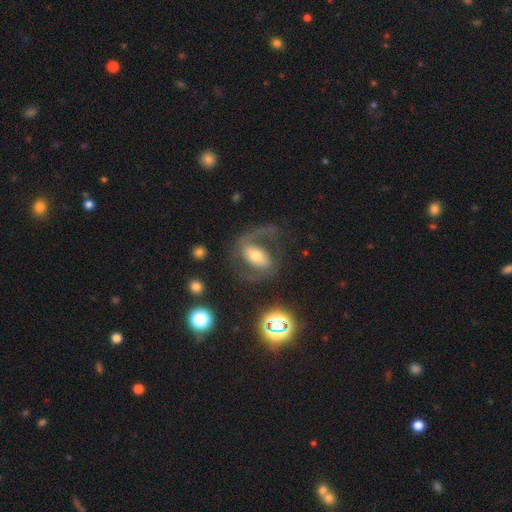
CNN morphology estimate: Smooth or featured? Predicted: featured or disk (p=0.77). Edge-on disk? Predicted: no (p=0.95). Bar? Predicted: strong (p=0.44). Spiral arms? Predicted: yes (p=0.87). Spiral winding? Predicted: medium (p=0.51). Spiral arm count? Predicted: 2 (p=0.86). Bulge size? Predicted: moderate (p=0.66). Merging? Predicted: none (p=0.63).